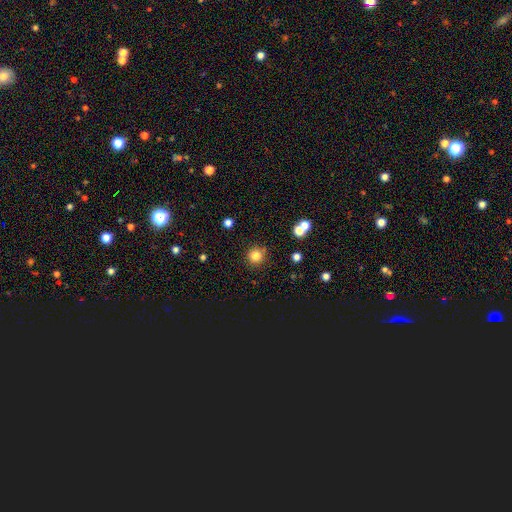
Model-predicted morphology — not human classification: Smooth or featured?
  - smooth: 81% *
  - star or artifact: 13%
  - featured or disk: 6%
How rounded?
  - round: 93% *
  - in between: 6%
  - cigar-shaped: 1%
Merging?
  - none: 83% *
  - minor disturbance: 10%
  - merger: 4%
  - major disturbance: 3%